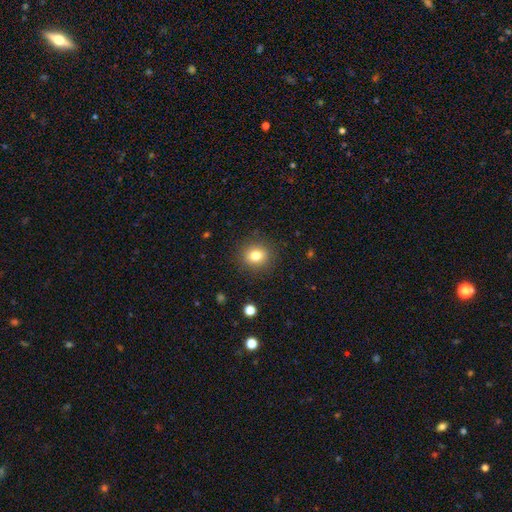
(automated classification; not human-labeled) A smooth galaxy with no disk features (81%) that is round (78%). Merging: none (89%).